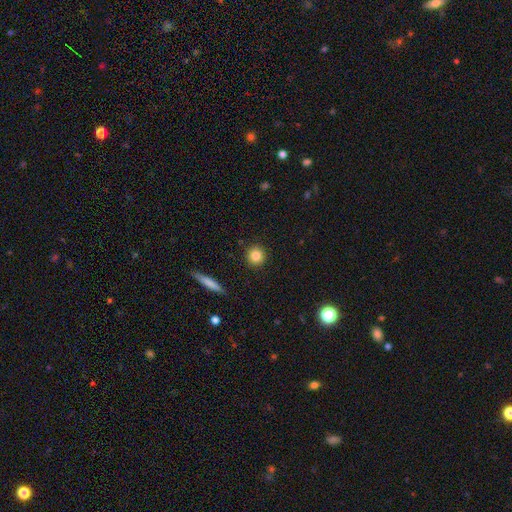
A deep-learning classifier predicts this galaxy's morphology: A smooth galaxy with no disk features (84%) that is round (92%). Merging: none (91%).